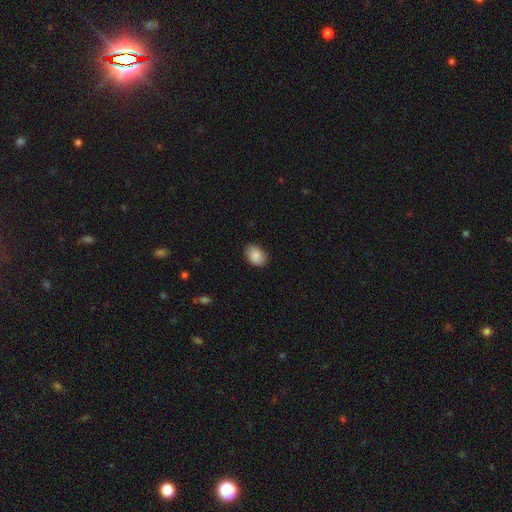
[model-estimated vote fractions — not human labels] smooth-or-featured: smooth: 87% | star or artifact: 7% | featured or disk: 6%
  how-rounded: in between: 81% | round: 18% | cigar-shaped: 1%
  merging: none: 85% | minor disturbance: 12% | major disturbance: 2% | merger: 1%